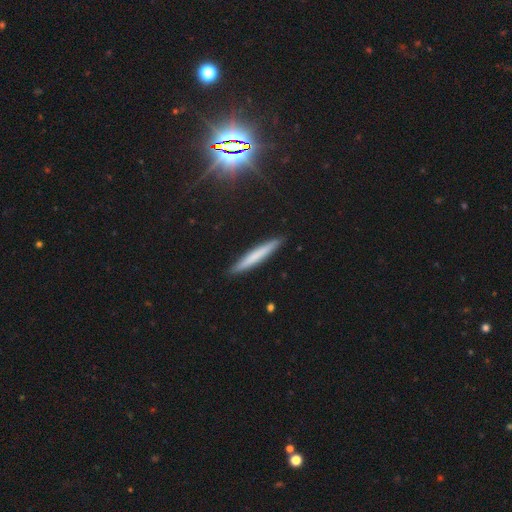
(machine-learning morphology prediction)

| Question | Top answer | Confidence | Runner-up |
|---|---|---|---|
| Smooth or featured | smooth | 63% | featured or disk (28%) |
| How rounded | cigar-shaped | 96% | in between (3%) |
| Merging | none | 91% | minor disturbance (6%) |